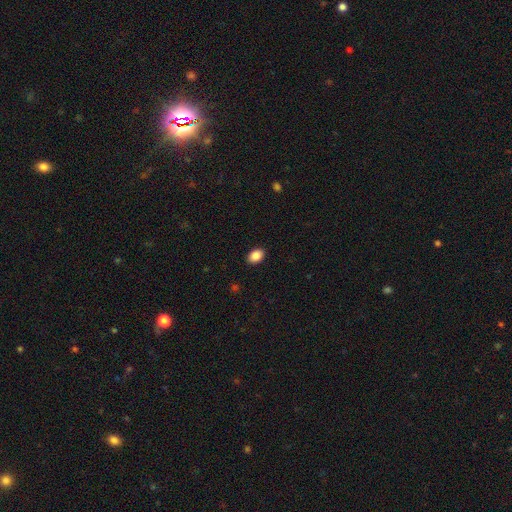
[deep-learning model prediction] Smooth or featured: smooth — 88% (star or artifact — 8%)
How rounded: in between — 82% (round — 16%)
Merging: none — 90% (minor disturbance — 7%)